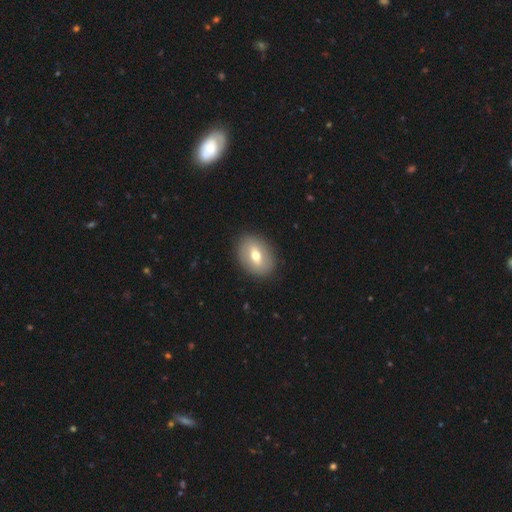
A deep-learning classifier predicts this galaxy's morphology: A smooth galaxy with no disk features (58%) that is in between round and cigar-shaped (68%). Merging: none (87%).